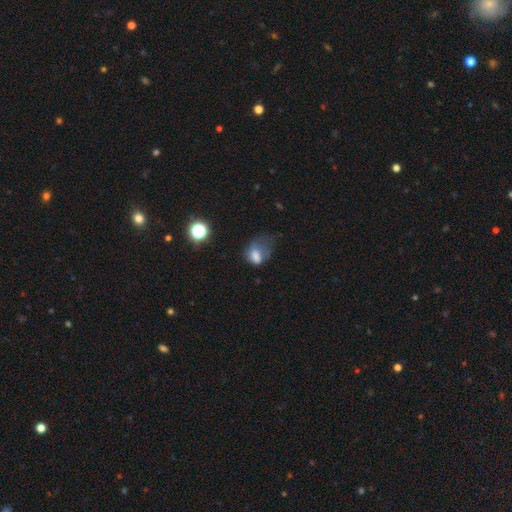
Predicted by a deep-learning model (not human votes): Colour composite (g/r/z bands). It shows a smooth galaxy with no disk features (66%) that is in between round and cigar-shaped (69%). Merging: major disturbance (49%).